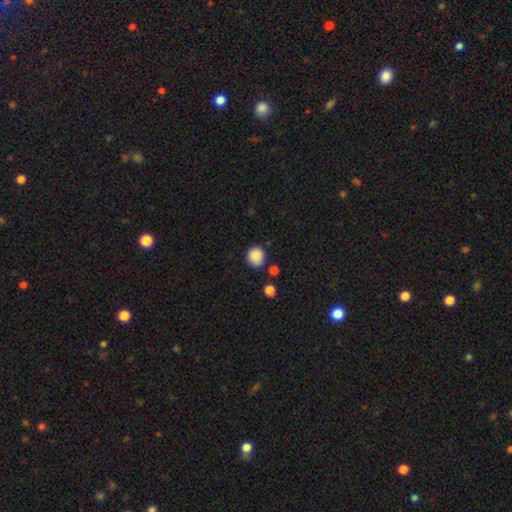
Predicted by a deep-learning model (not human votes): Smooth or featured? Predicted: smooth (p=0.87). How rounded? Predicted: round (p=0.85). Merging? Predicted: none (p=0.79).